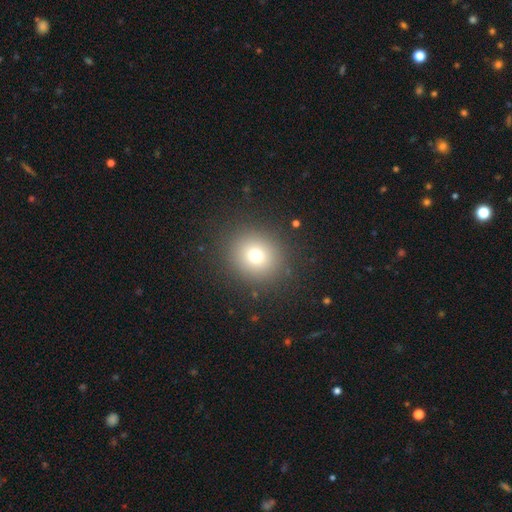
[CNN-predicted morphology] Smooth or featured: smooth — 73% (star or artifact — 17%)
How rounded: round — 86% (in between — 13%)
Merging: none — 89% (minor disturbance — 6%)